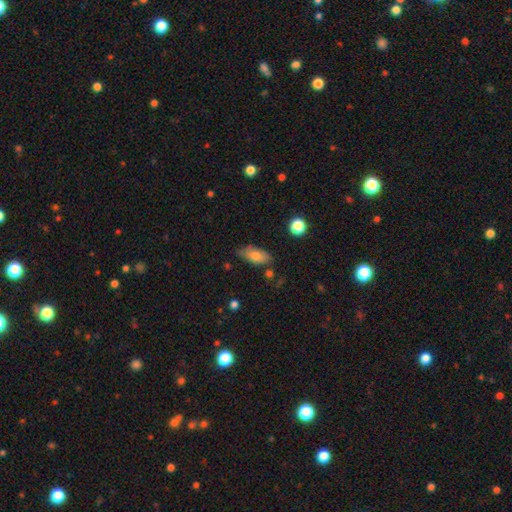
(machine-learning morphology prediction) Smooth or featured? smooth (76%)
How rounded? in between (87%)
Merging? none (69%)